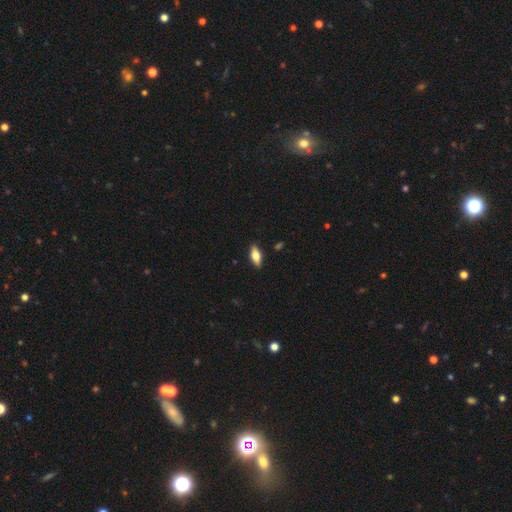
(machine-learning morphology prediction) A smooth galaxy with no disk features (65%) that is in between round and cigar-shaped (78%).

Vote fractions:
- Smooth or featured? smooth: 65% / featured or disk: 29% / star or artifact: 7%
- How rounded? in between: 78% / cigar-shaped: 20% / round: 3%
- Merging? none: 88% / minor disturbance: 9% / major disturbance: 2% / merger: 1%